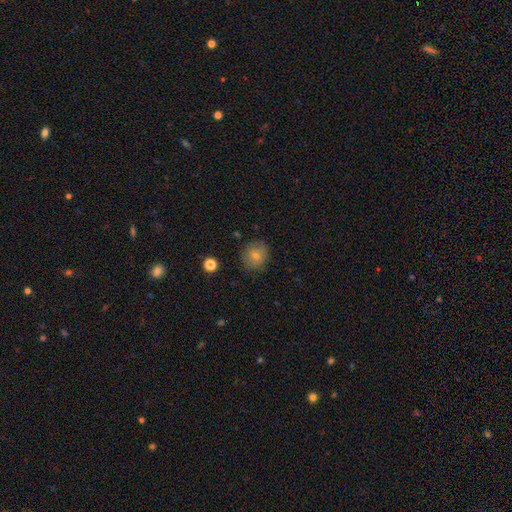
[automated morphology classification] This appears to be a smooth galaxy with no disk features (72%) that is round (77%). Merging: none (85%).